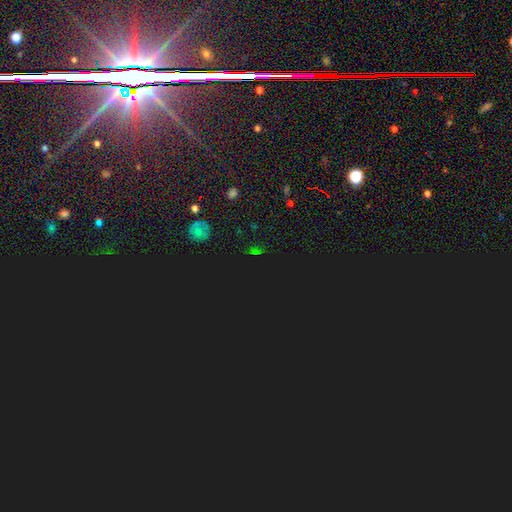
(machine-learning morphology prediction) Smooth or featured?
  - star or artifact: 74% *
  - smooth: 17%
  - featured or disk: 9%